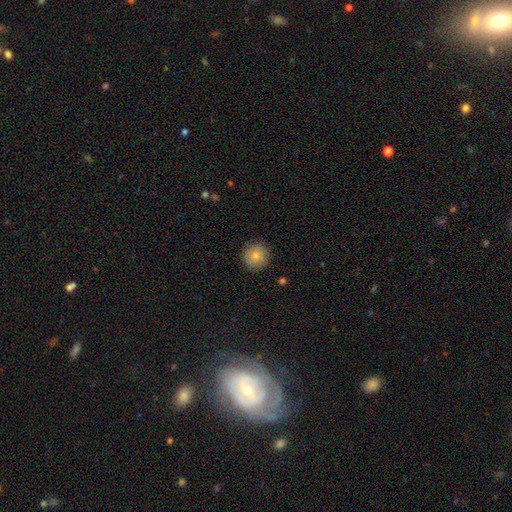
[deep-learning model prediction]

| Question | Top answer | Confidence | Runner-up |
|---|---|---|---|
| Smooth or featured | smooth | 80% | featured or disk (12%) |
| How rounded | round | 94% | in between (5%) |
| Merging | none | 88% | minor disturbance (9%) |